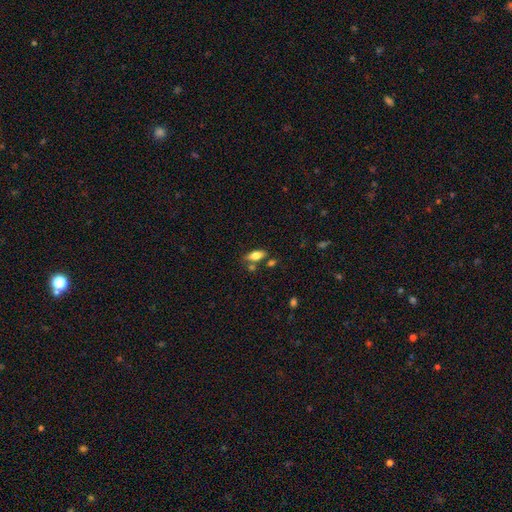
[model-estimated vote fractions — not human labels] Morphology: type=smooth (70%); roundness=in between (80%); merging=none (69%).